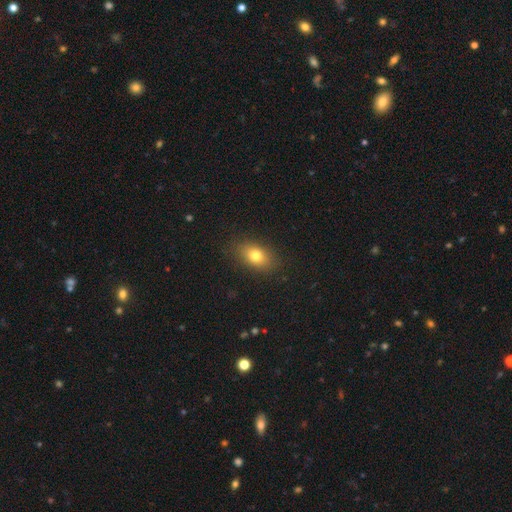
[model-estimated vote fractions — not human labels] A smooth galaxy with no disk features (77%) that is in between round and cigar-shaped (81%).

Vote fractions:
- Smooth or featured? smooth: 77% / featured or disk: 13% / star or artifact: 10%
- How rounded? in between: 81% / round: 16% / cigar-shaped: 3%
- Merging? none: 86% / minor disturbance: 10% / major disturbance: 3% / merger: 1%